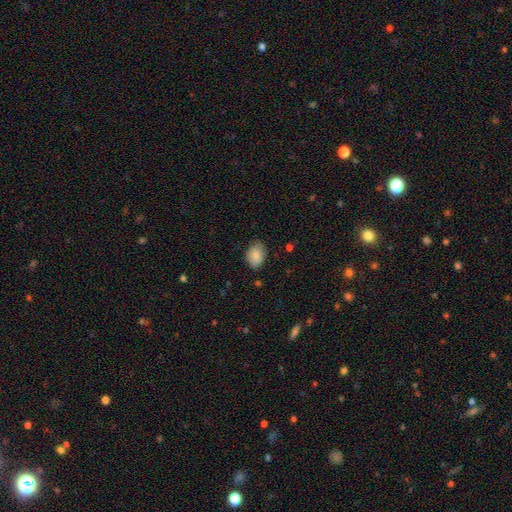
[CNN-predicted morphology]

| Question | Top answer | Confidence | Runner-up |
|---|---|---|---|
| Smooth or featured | smooth | 85% | featured or disk (8%) |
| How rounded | in between | 78% | round (20%) |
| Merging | none | 76% | minor disturbance (20%) |